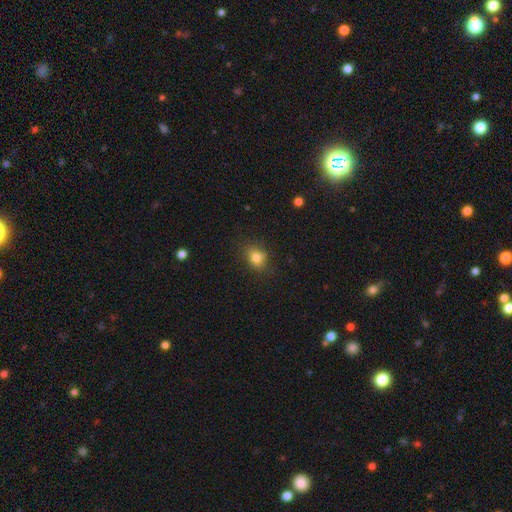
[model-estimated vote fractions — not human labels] Q: Smooth or featured?
A: smooth (79%); runner-up: star or artifact (13%)
Q: How rounded?
A: in between (52%); runner-up: round (46%)
Q: Merging?
A: none (79%); runner-up: minor disturbance (15%)